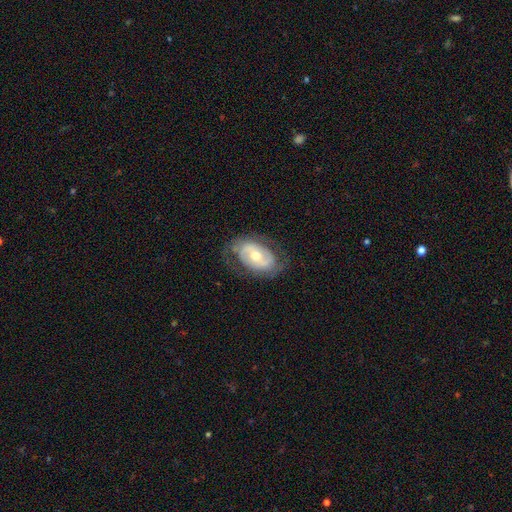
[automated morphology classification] A featured or disk galaxy (68%) with no bar (48%), spiral arms (61%) and a moderate central bulge (67%).

Vote fractions:
- Smooth or featured? featured or disk: 68% / smooth: 26% / star or artifact: 6%
- Edge-on disk? no: 94% / yes: 6%
- Bar? no: 48% / weak: 35% / strong: 18%
- Spiral arms? yes: 61% / no: 39%
- Bulge size? moderate: 67% / small: 26% / large: 5% / none: 1% / dominant: 1%
- Merging? none: 70% / minor disturbance: 18% / major disturbance: 11% / merger: 1%